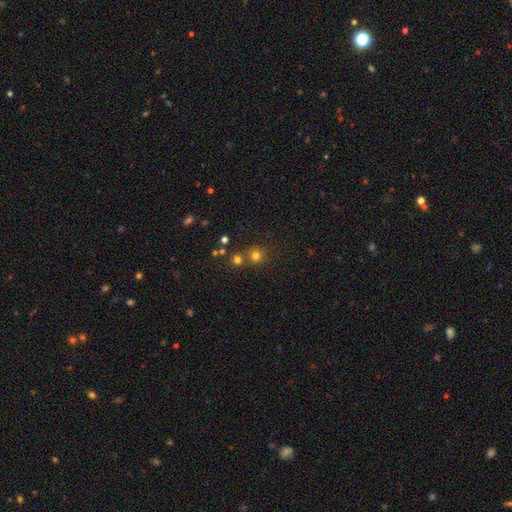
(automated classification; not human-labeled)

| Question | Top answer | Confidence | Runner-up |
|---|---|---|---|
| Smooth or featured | smooth | 73% | star or artifact (20%) |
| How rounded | round | 90% | in between (9%) |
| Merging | none | 67% | merger (22%) |